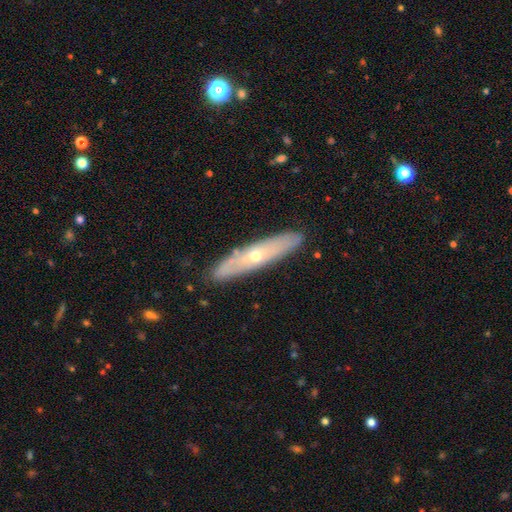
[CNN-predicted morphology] The model was most divided on "edge-on disk": yes: 63%, no: 37%. More confident: merging — none (88%); smooth or featured — featured or disk (61%).